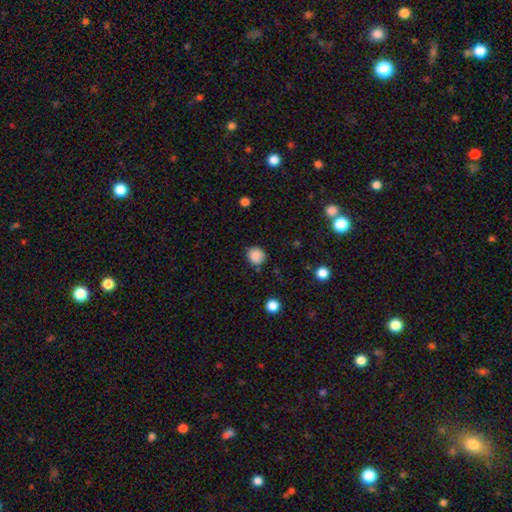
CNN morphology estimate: type=smooth (86%); roundness=round (82%); merging=none (77%).